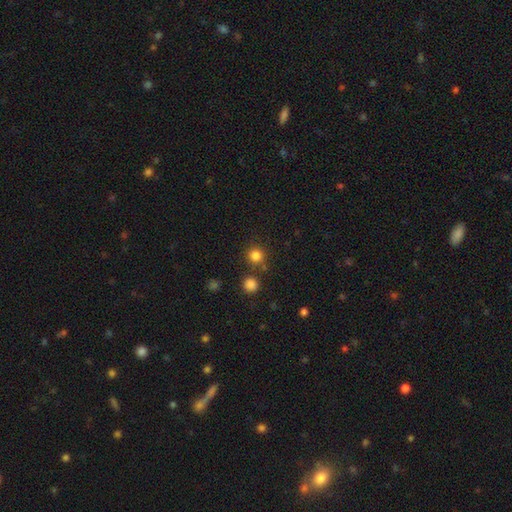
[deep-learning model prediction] Morphology: type=smooth (82%); roundness=round (93%); merging=none (81%).